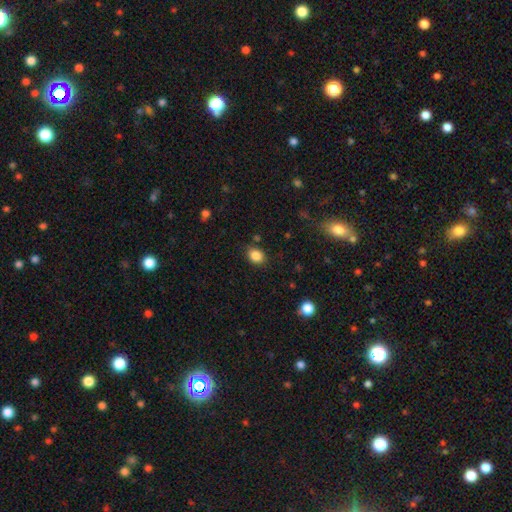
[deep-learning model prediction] smooth 85%, star or artifact 10%, featured or disk 5%. Down the decision tree: how rounded — in between (57%); merging — none (83%).